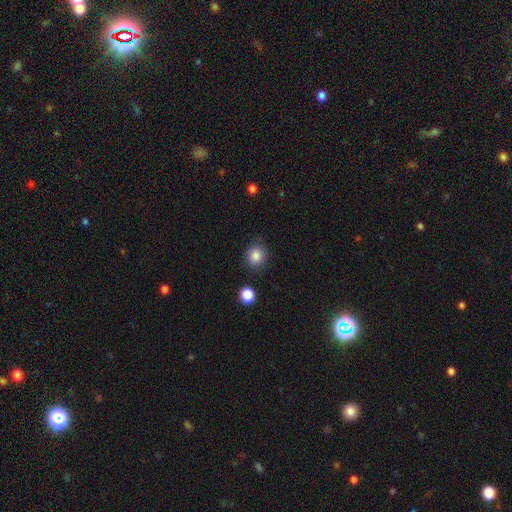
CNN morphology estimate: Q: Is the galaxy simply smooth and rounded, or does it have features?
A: smooth — 86%.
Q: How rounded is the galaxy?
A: round — 79%.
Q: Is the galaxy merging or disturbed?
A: none — 85%.